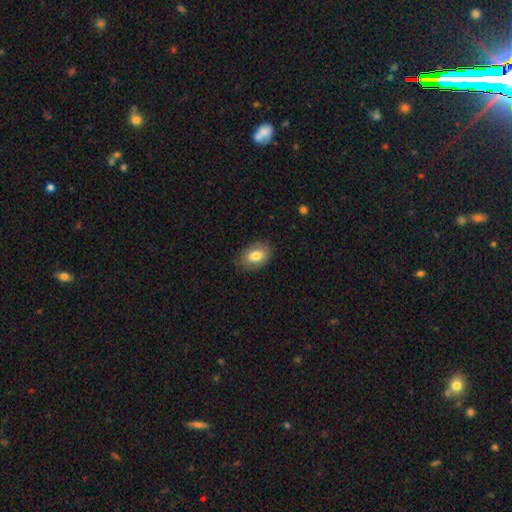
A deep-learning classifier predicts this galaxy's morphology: This is likely a smooth galaxy (78%). How rounded: likely in between (80%). Merging: clearly none (83%).